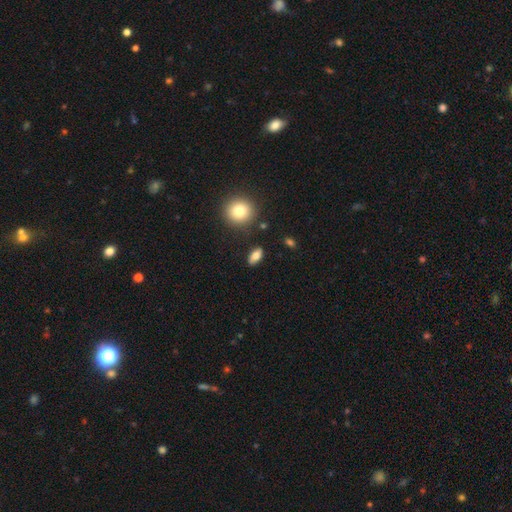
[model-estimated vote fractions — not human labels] Smooth or featured? smooth (77%)
How rounded? in between (83%)
Merging? none (84%)